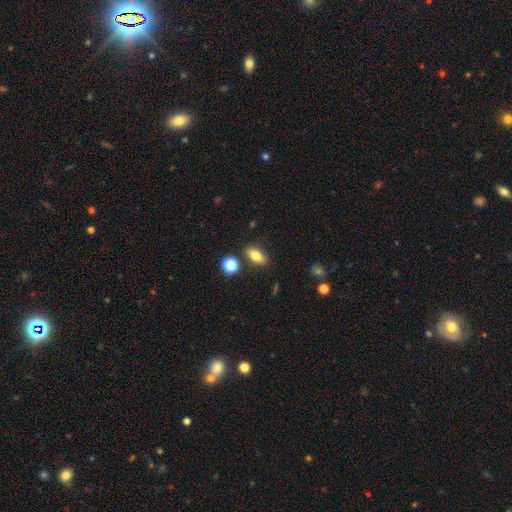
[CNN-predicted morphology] smooth 78%, featured or disk 13%, star or artifact 9%. Down the decision tree: how rounded — in between (81%); merging — none (83%).